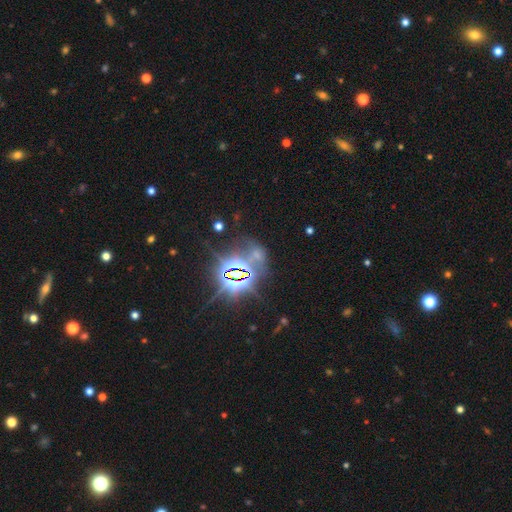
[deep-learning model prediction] A star or artifact, not a galaxy (72%).

Vote fractions:
- Smooth or featured? star or artifact: 72% / smooth: 17% / featured or disk: 11%